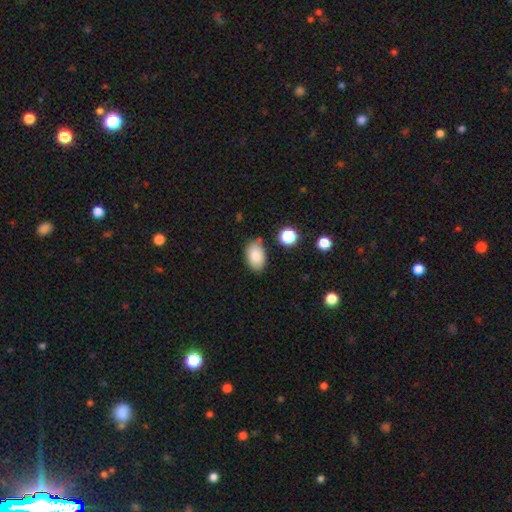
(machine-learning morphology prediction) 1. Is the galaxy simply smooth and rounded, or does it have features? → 85% smooth, 8% star or artifact, 7% featured or disk.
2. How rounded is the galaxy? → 90% in between, 9% round, 1% cigar-shaped.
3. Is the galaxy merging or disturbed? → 75% none, 17% minor disturbance, 5% merger, 3% major disturbance.